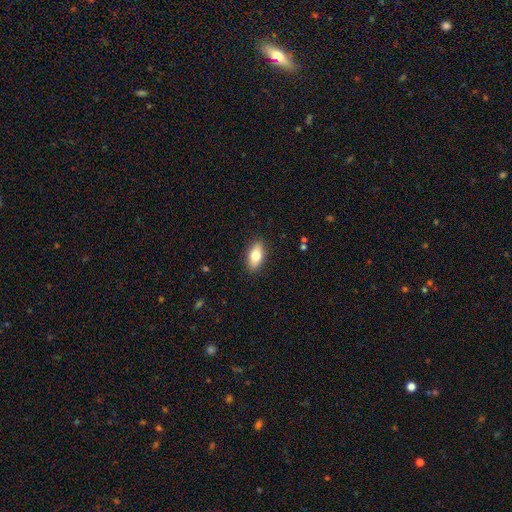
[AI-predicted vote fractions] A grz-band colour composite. It shows a smooth galaxy with no disk features (77%) that is in between round and cigar-shaped (87%). Merging: none (89%).